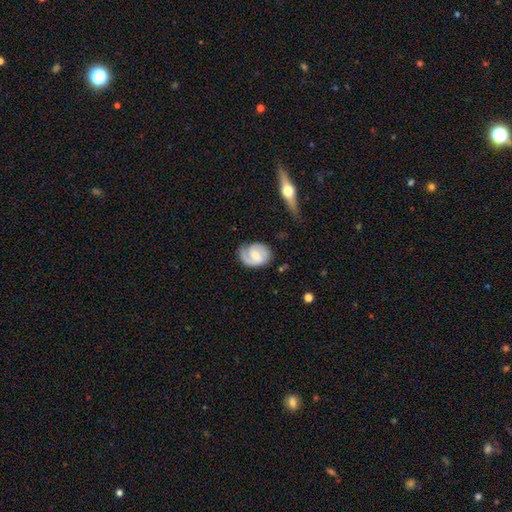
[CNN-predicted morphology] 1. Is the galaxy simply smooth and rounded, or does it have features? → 74% featured or disk, 21% smooth, 5% star or artifact.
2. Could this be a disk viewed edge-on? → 97% no, 3% yes.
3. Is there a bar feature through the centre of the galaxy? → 50% weak, 35% no, 14% strong.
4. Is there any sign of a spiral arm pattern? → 93% yes, 7% no.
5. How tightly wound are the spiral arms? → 45% tight, 41% medium, 14% loose.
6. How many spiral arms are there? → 66% 2, 22% 1, 9% can't tell, 2% 3, 1% 4, 1% more than 4.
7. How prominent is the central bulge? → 46% moderate, 43% small, 6% none, 4% large, 1% dominant.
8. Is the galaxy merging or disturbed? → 66% none, 23% minor disturbance, 9% major disturbance, 2% merger.